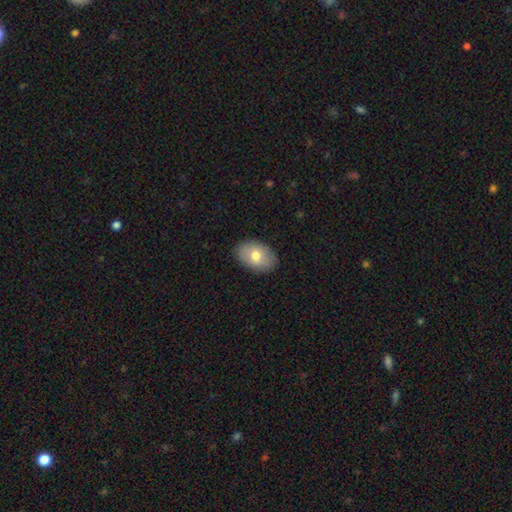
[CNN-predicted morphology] A smooth galaxy with no disk features (73%) that is in between round and cigar-shaped (84%).

Vote fractions:
- Smooth or featured? smooth: 73% / featured or disk: 20% / star or artifact: 7%
- How rounded? in between: 84% / round: 15% / cigar-shaped: 1%
- Merging? none: 87% / minor disturbance: 10% / major disturbance: 2% / merger: 1%